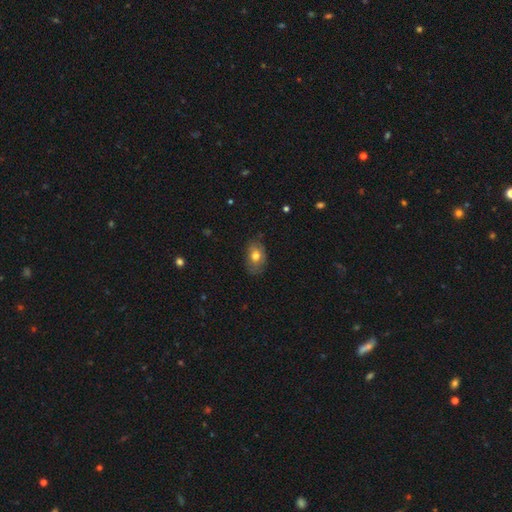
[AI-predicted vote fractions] Morphology: type=smooth (71%); roundness=in between (82%); merging=none (74%).